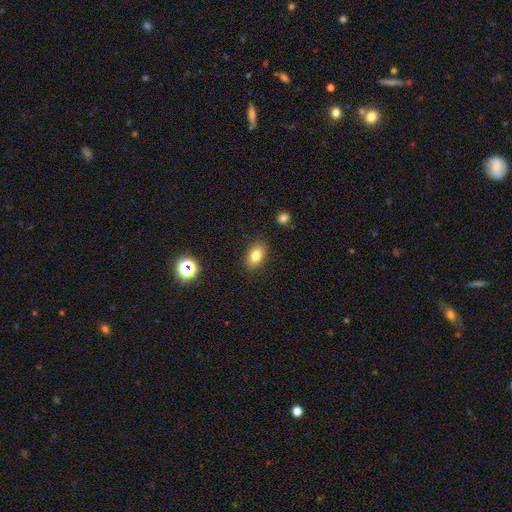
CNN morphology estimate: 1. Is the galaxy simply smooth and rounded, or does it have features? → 79% smooth, 11% star or artifact, 10% featured or disk.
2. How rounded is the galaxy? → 86% in between, 11% round, 3% cigar-shaped.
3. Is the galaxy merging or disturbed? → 87% none, 9% minor disturbance, 2% major disturbance, 1% merger.